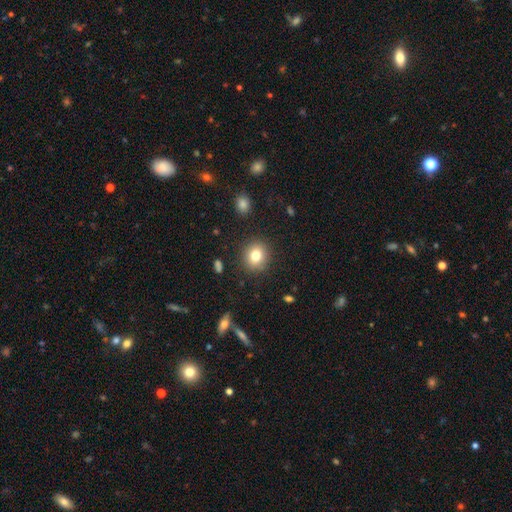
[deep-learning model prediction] This is likely a smooth galaxy (79%). How rounded: likely round (74%). Merging: clearly none (88%).